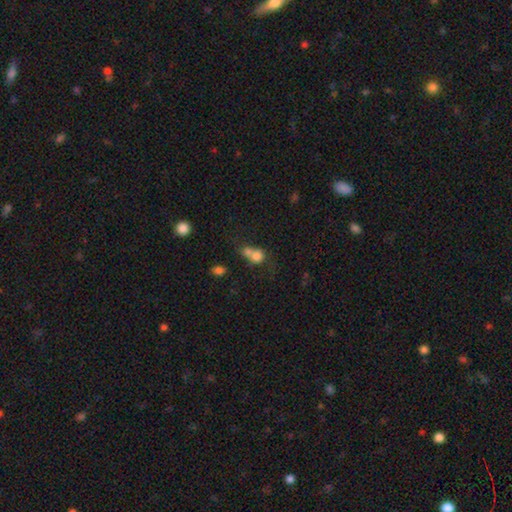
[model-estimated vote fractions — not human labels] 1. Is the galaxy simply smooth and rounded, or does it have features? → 75% smooth, 13% featured or disk, 12% star or artifact.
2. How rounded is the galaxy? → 69% round, 29% in between, 1% cigar-shaped.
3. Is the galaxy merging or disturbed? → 63% merger, 24% none, 7% minor disturbance, 5% major disturbance.